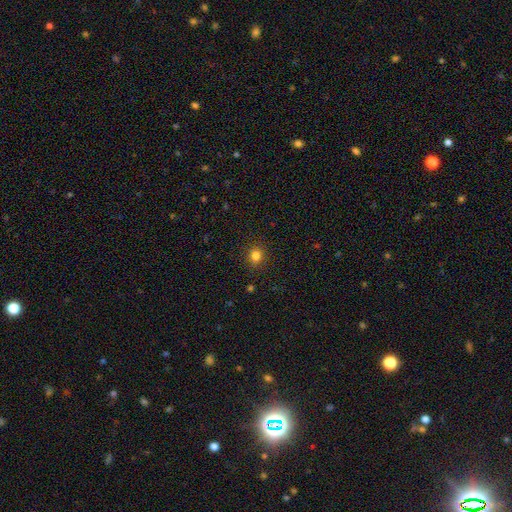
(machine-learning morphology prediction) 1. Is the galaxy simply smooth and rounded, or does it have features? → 82% smooth, 13% star or artifact, 5% featured or disk.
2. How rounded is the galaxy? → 82% round, 17% in between, 1% cigar-shaped.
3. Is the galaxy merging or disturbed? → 91% none, 6% minor disturbance, 2% major disturbance, 1% merger.